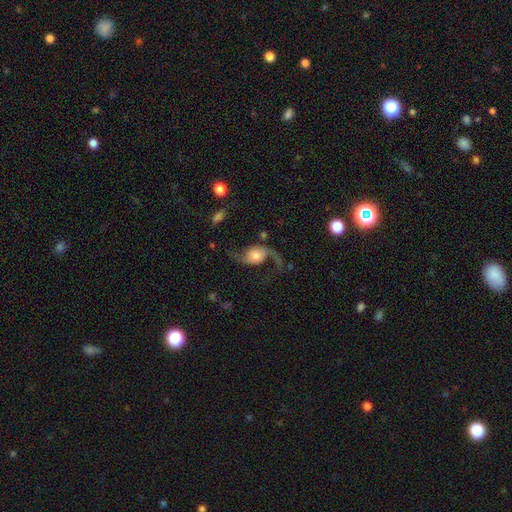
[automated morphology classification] This is clearly a featured or disk galaxy (83%). It is clearly not viewed edge-on (96%). Bar: likely no (66%). Spiral arm pattern: clearly yes (96%). Spiral arm count: clearly 2 (91%). Spiral winding: clearly loose (87%). Central bulge: possibly moderate (52%). Merging: likely none (63%).